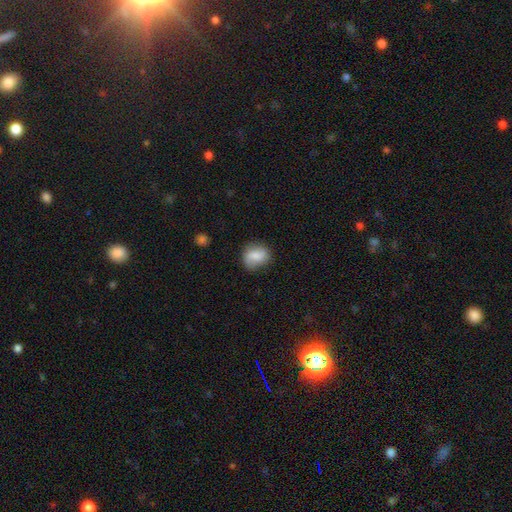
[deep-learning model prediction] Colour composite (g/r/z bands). It shows a smooth galaxy with no disk features (76%) that is round (62%). Merging: none (69%).